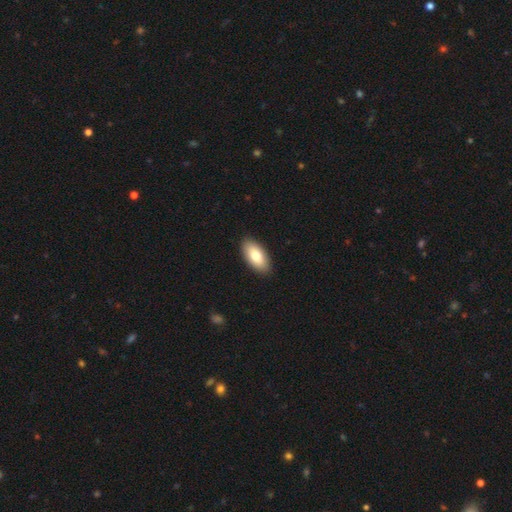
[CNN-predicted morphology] Overall: smooth (82%). How rounded: in between (93%). Merging: none (90%).